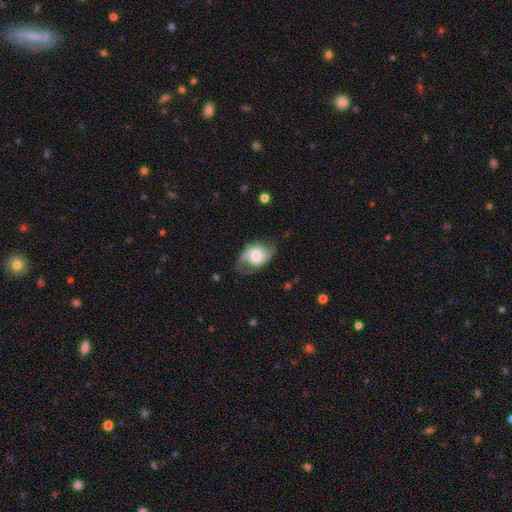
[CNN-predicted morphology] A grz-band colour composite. It shows a featured or disk galaxy (71%) with no bar (53%), 2 (83%) medium (44%) spiral arms (91%) and a moderate central bulge (53%). Merging: none (65%).